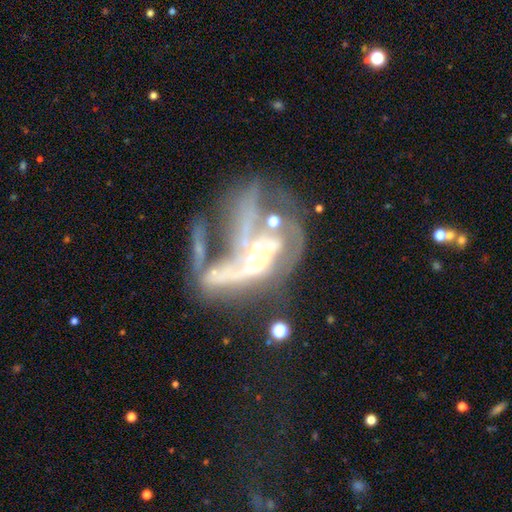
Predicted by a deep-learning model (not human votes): smooth-or-featured: featured or disk: 77% | star or artifact: 13% | smooth: 10%
  disk-edge-on: no: 95% | yes: 5%
    bar: no: 65% | weak: 23% | strong: 13%
    has-spiral-arms: yes: 60% | no: 40%
    bulge-size: small: 35% | moderate: 33% | none: 24% | large: 6% | dominant: 2%
  merging: major disturbance: 42% | merger: 35% | none: 15% | minor disturbance: 8%